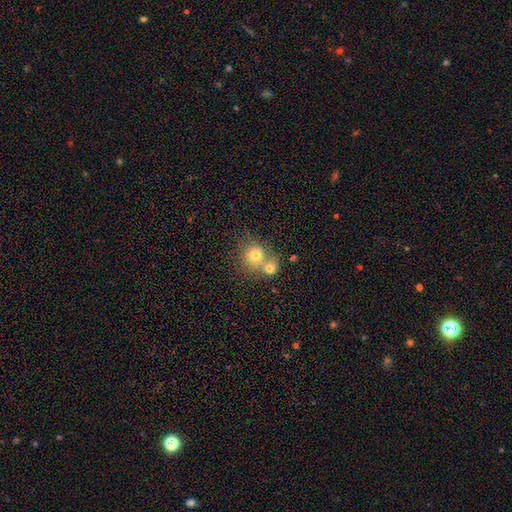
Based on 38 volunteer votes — Smooth or featured? smooth (84%)
How rounded? round (81%)
Merging? merger (67%)